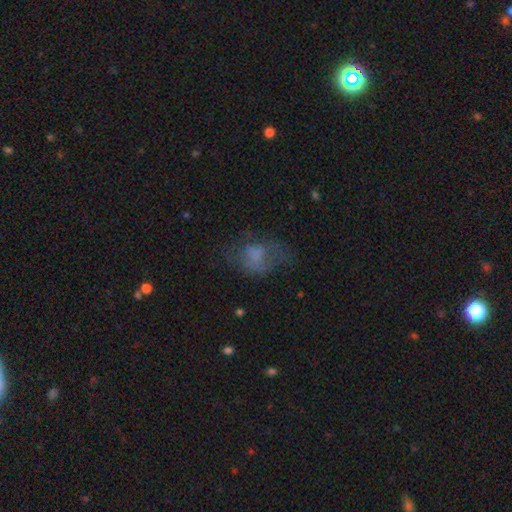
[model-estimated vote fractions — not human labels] Smooth or featured? smooth (54%)
How rounded? in between (68%)
Merging? none (38%)